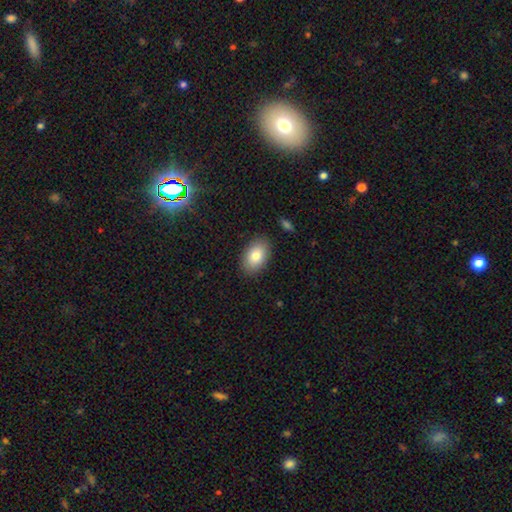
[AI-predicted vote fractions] A smooth galaxy with no disk features (82%) that is in between round and cigar-shaped (90%).

Vote fractions:
- Smooth or featured? smooth: 82% / featured or disk: 11% / star or artifact: 7%
- How rounded? in between: 90% / round: 9% / cigar-shaped: 1%
- Merging? none: 87% / minor disturbance: 9% / major disturbance: 2% / merger: 1%